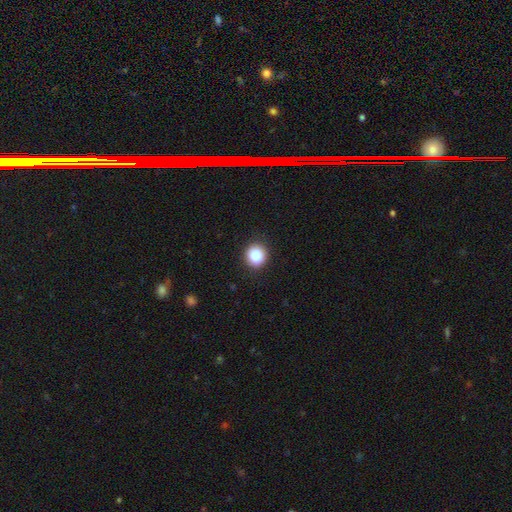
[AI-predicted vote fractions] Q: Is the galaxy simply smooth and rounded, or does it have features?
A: smooth — 86%.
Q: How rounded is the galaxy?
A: round — 87%.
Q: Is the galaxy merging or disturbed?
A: none — 90%.